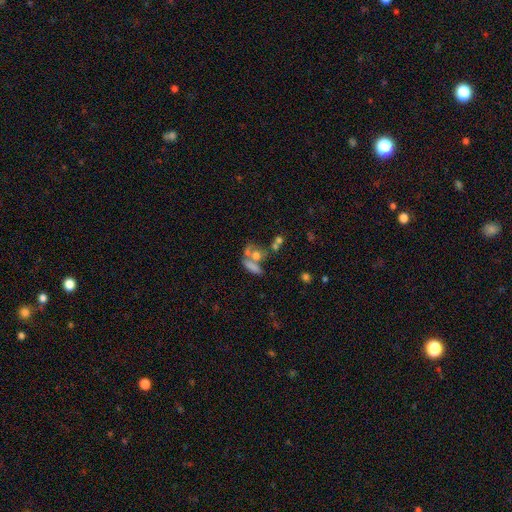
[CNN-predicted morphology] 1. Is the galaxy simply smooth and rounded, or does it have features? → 49% smooth, 33% featured or disk, 18% star or artifact.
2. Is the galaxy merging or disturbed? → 46% merger, 30% none, 13% major disturbance, 11% minor disturbance.